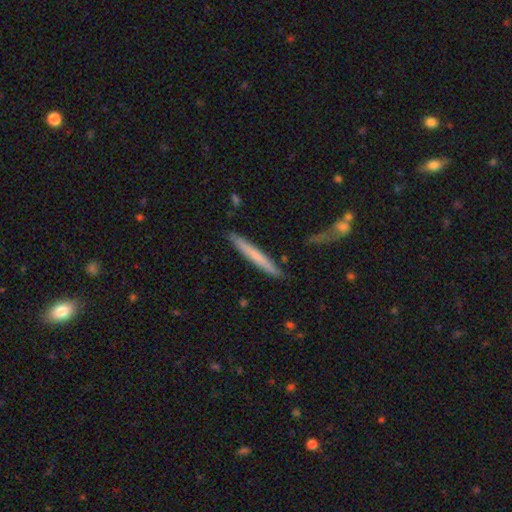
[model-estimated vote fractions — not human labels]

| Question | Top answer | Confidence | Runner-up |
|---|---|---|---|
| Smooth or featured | smooth | 61% | featured or disk (34%) |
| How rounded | cigar-shaped | 96% | in between (2%) |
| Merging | none | 85% | minor disturbance (10%) |